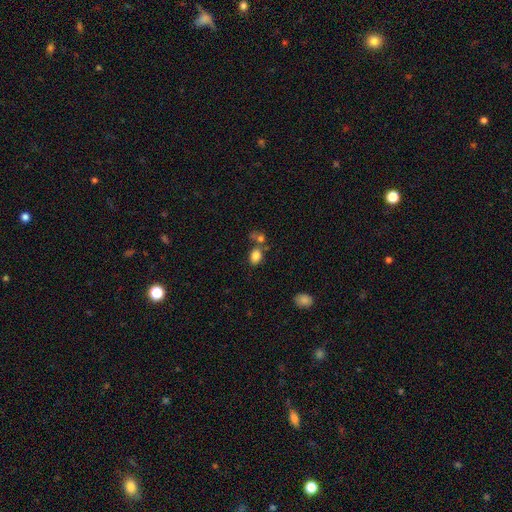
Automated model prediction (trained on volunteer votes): Smooth or featured: smooth — 82% (star or artifact — 11%)
How rounded: in between — 71% (round — 28%)
Merging: none — 57% (merger — 24%)